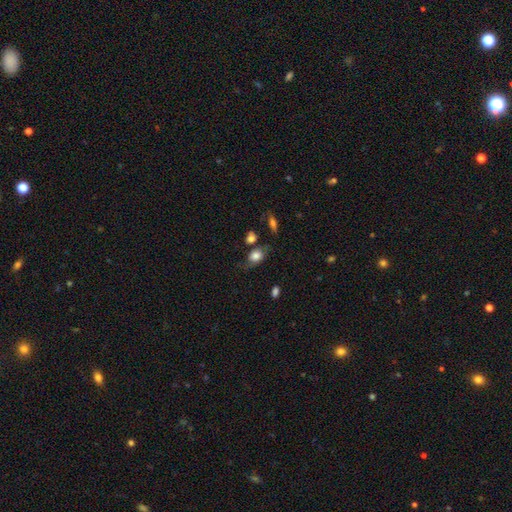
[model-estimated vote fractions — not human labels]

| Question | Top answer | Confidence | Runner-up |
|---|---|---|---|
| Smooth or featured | smooth | 69% | featured or disk (22%) |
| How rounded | in between | 68% | round (29%) |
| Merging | none | 55% | minor disturbance (26%) |